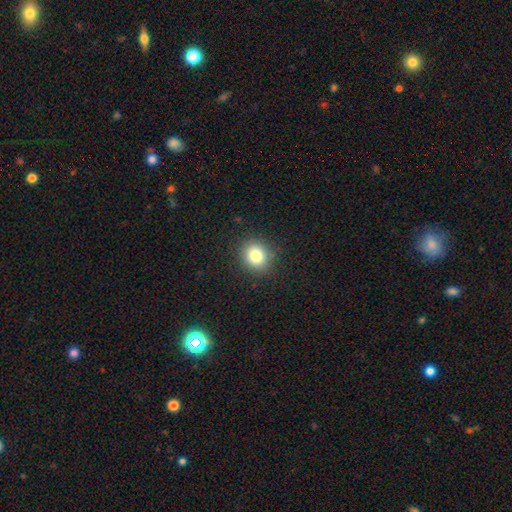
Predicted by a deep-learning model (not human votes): This appears to be a smooth galaxy with no disk features (80%) that is round (78%). Merging: none (89%).